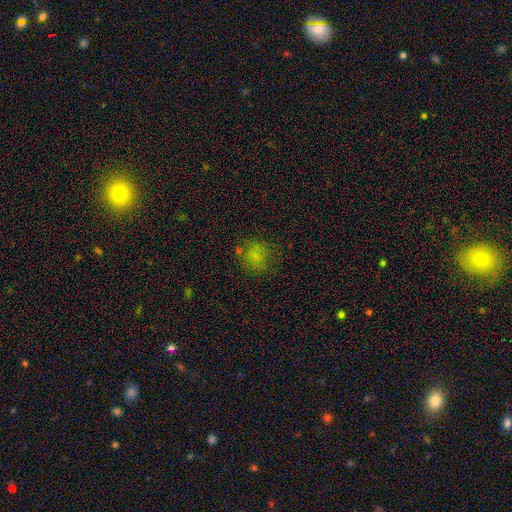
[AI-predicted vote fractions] Morphology: type=smooth (66%); roundness=round (75%); merging=none (66%).